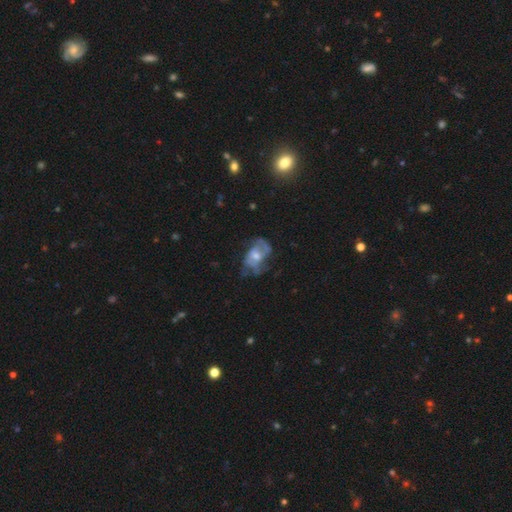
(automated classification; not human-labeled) Q: Smooth or featured?
A: featured or disk (60%); runner-up: smooth (32%)
Q: Edge-on disk?
A: no (96%); runner-up: yes (4%)
Q: Bar?
A: no (68%); runner-up: weak (26%)
Q: Spiral arms?
A: no (53%); runner-up: yes (47%)
Q: Bulge size?
A: moderate (57%); runner-up: small (30%)
Q: Merging?
A: none (38%); runner-up: major disturbance (32%)